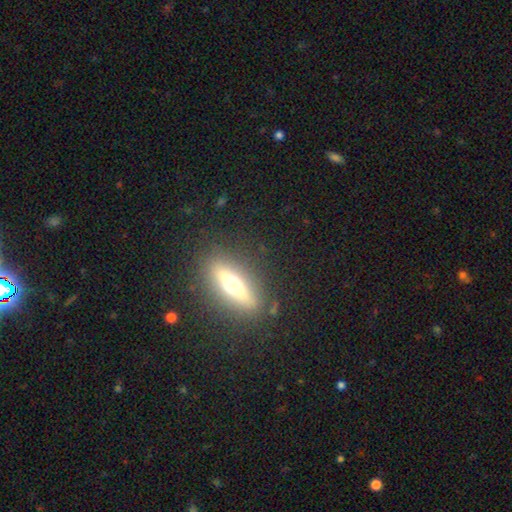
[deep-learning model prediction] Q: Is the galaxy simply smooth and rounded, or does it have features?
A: featured or disk — 53%.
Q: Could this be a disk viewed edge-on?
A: yes — 84%.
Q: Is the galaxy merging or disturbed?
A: none — 87%.